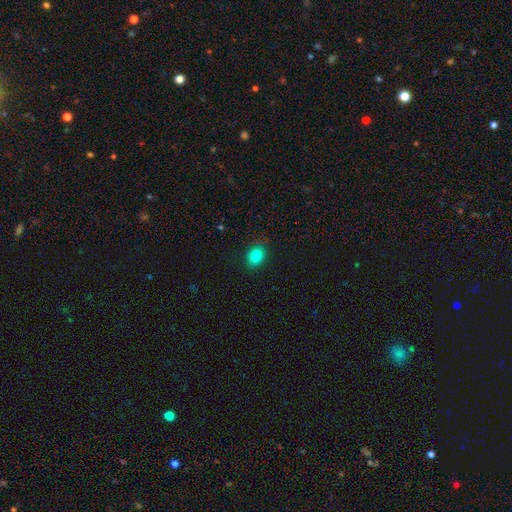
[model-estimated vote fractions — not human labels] smooth 84%, star or artifact 11%, featured or disk 5%. Down the decision tree: how rounded — in between (50%); merging — none (82%).